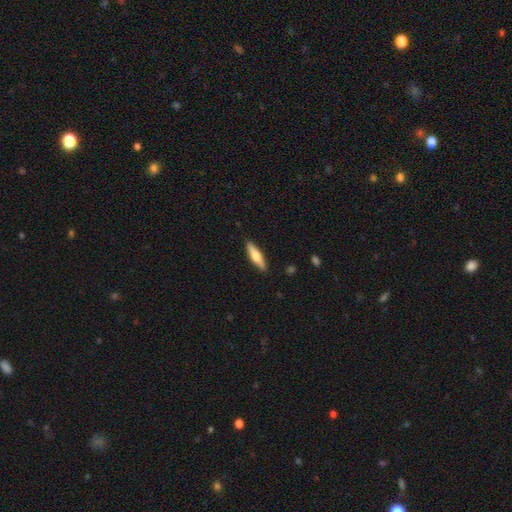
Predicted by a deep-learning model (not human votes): Morphology: type=smooth (51%); roundness=cigar-shaped (73%); merging=none (89%).